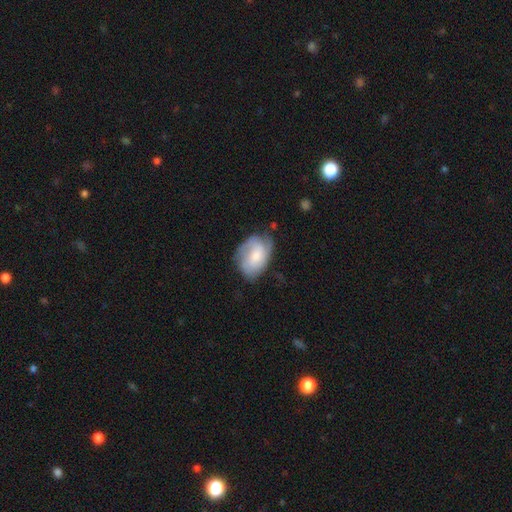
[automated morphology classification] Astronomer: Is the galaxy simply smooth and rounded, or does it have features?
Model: featured or disk — 48% (runner-up: smooth, 45%).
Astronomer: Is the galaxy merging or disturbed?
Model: none — 56%.